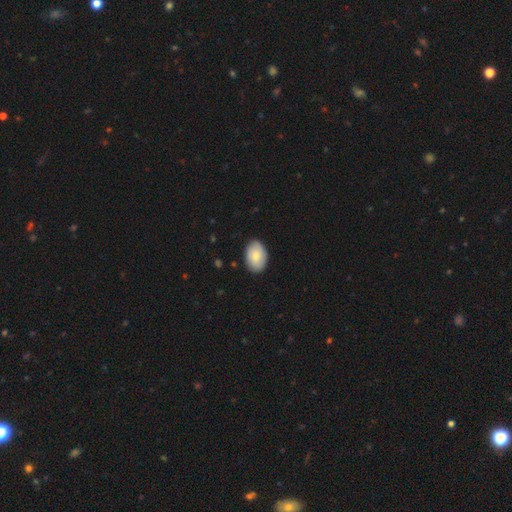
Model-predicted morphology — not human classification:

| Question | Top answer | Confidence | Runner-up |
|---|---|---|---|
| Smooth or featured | smooth | 77% | featured or disk (17%) |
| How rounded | in between | 88% | round (11%) |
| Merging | none | 86% | minor disturbance (11%) |